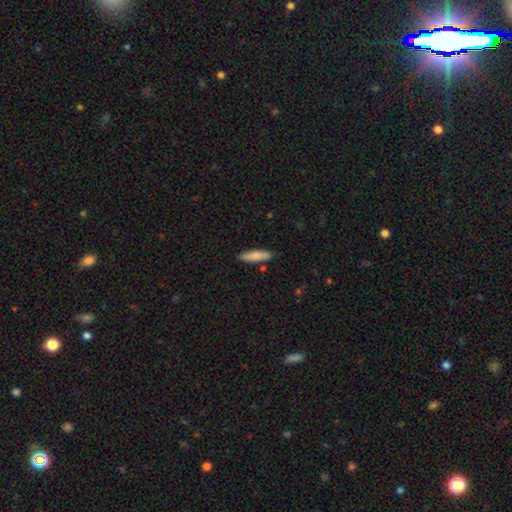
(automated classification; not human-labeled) This appears to be a smooth galaxy with no disk features (83%) that is cigar-shaped (64%). Merging: none (86%).